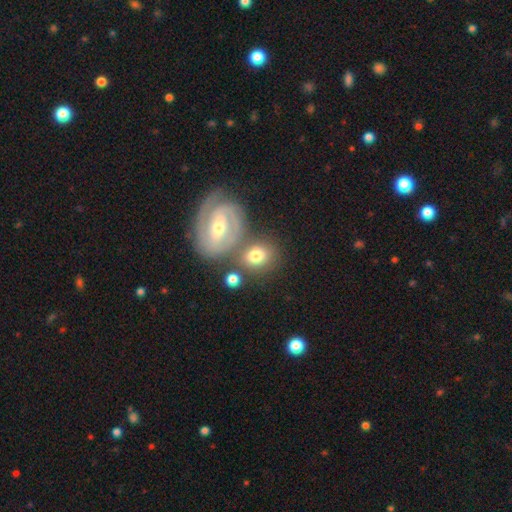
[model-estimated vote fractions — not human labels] A smooth galaxy with no disk features (60%) that is in between round and cigar-shaped (53%). Merging: none (54%).